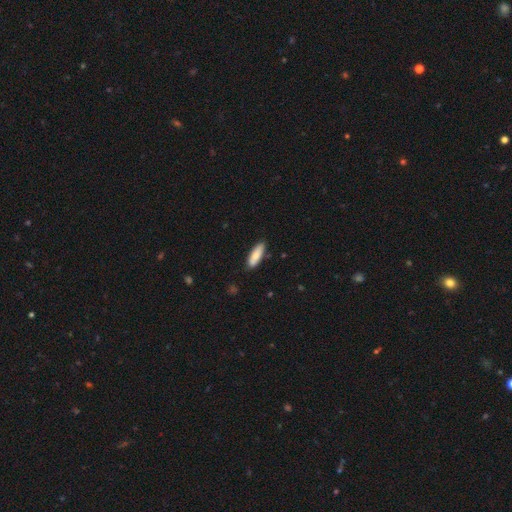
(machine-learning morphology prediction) type=smooth (78%); roundness=in between (53%); merging=none (84%).